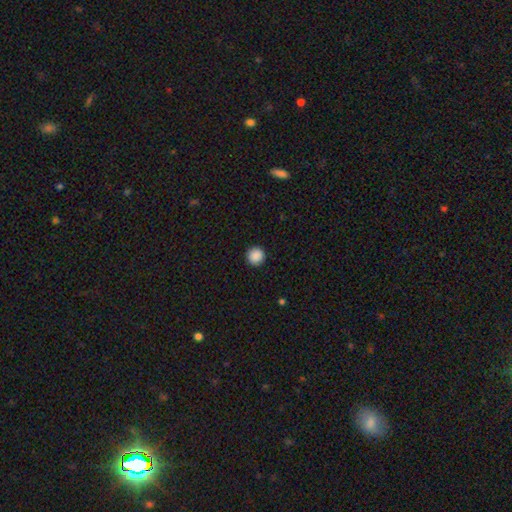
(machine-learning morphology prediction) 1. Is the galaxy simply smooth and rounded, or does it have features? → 89% smooth, 9% star or artifact, 2% featured or disk.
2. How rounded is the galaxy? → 96% round, 3% in between, 1% cigar-shaped.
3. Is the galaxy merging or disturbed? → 93% none, 4% minor disturbance, 2% major disturbance, 1% merger.